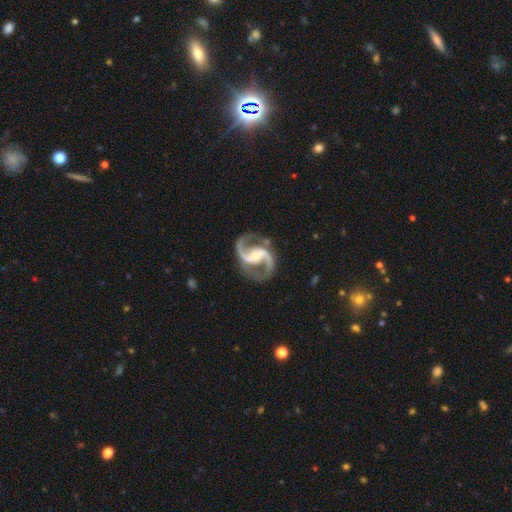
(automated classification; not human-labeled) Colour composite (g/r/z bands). It shows a featured or disk galaxy (94%) with no bar (39%), 2 (95%) medium (61%) spiral arms (99%) and a small central bulge (52%). Merging: none (82%).